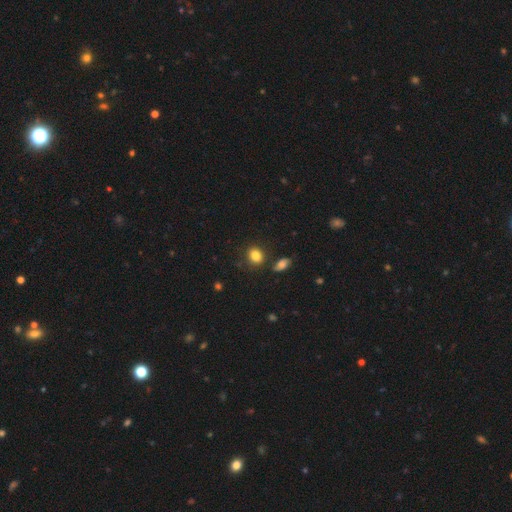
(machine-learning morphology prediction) A smooth galaxy with no disk features (84%) that is round (54%). Merging: none (76%).